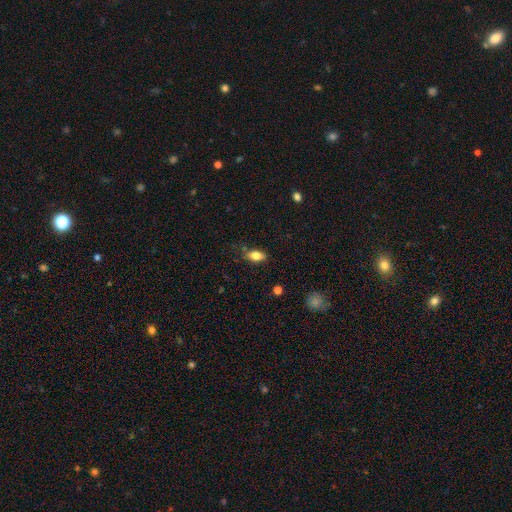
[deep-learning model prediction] Q: Smooth or featured?
A: smooth (80%); runner-up: featured or disk (12%)
Q: How rounded?
A: in between (87%); runner-up: cigar-shaped (7%)
Q: Merging?
A: none (75%); runner-up: minor disturbance (19%)